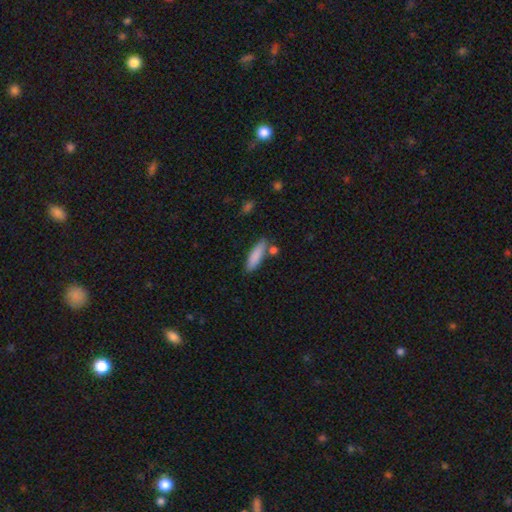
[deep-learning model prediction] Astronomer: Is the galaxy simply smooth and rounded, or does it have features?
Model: smooth — 85%.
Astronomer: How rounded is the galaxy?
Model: cigar-shaped — 62%.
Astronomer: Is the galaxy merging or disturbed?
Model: none — 76%.